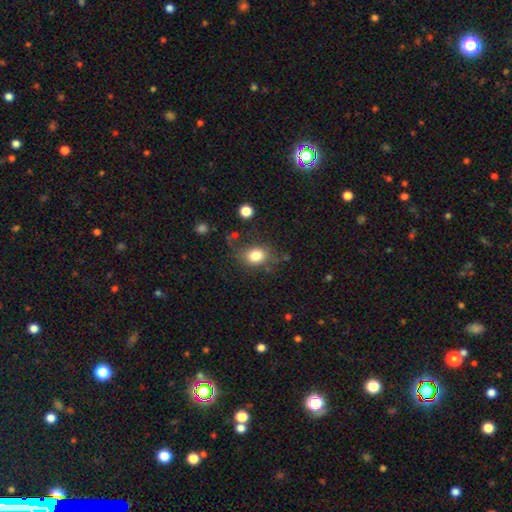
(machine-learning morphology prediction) Q: Smooth or featured?
A: smooth (81%); runner-up: star or artifact (10%)
Q: How rounded?
A: round (52%); runner-up: in between (47%)
Q: Merging?
A: none (69%); runner-up: minor disturbance (19%)